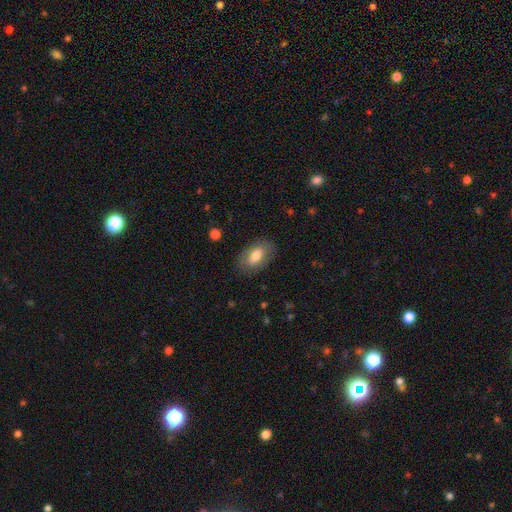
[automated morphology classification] type=smooth (76%); roundness=in between (92%); merging=none (83%).